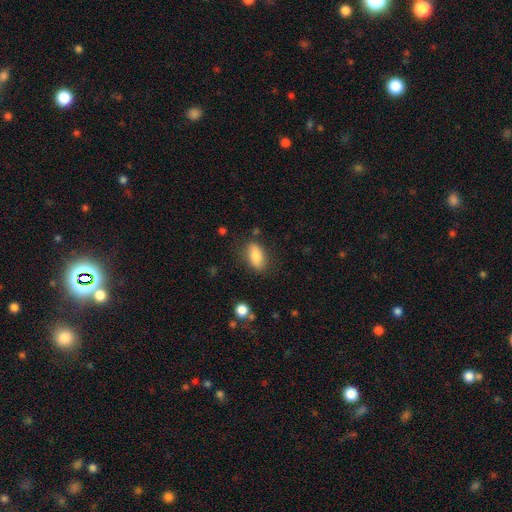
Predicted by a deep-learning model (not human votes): The model was most divided on "merging": none: 78%, minor disturbance: 15%, major disturbance: 4%, merger: 2%. More confident: how rounded — in between (87%); smooth or featured — smooth (80%).